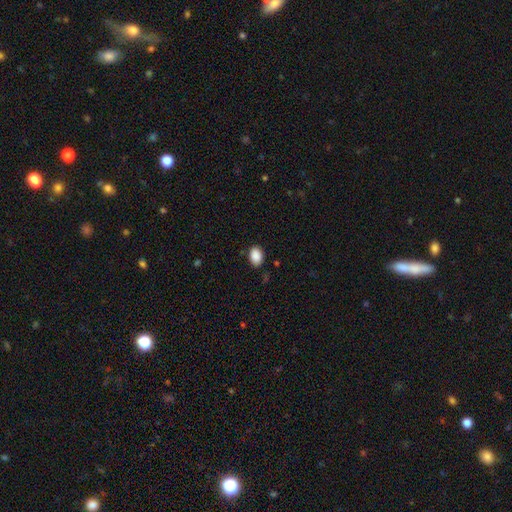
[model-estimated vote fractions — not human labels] Smooth or featured? smooth (90%)
How rounded? in between (82%)
Merging? none (85%)